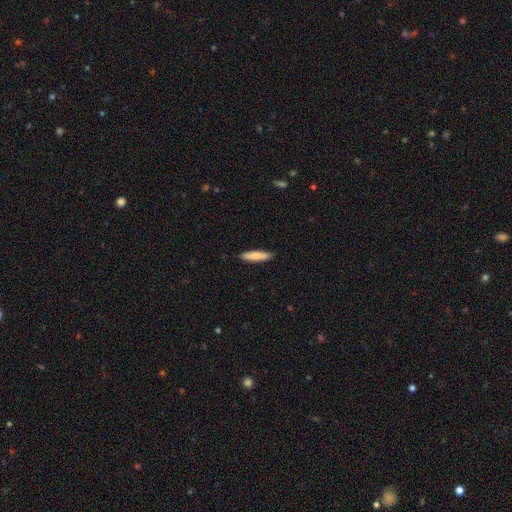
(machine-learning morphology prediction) type=smooth (79%); roundness=cigar-shaped (80%); merging=none (87%).